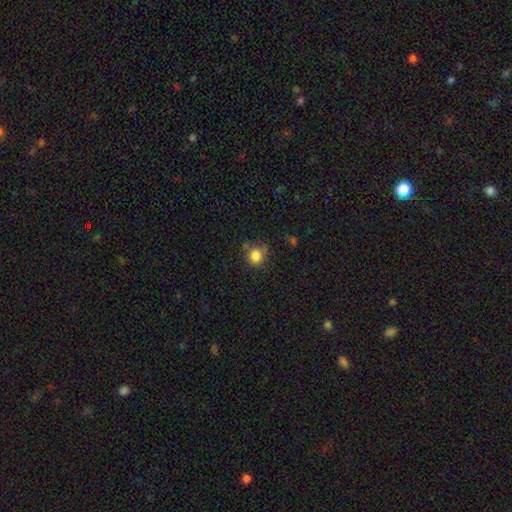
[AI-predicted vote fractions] Smooth or featured? Predicted: smooth (p=0.83). How rounded? Predicted: round (p=0.88). Merging? Predicted: none (p=0.72).